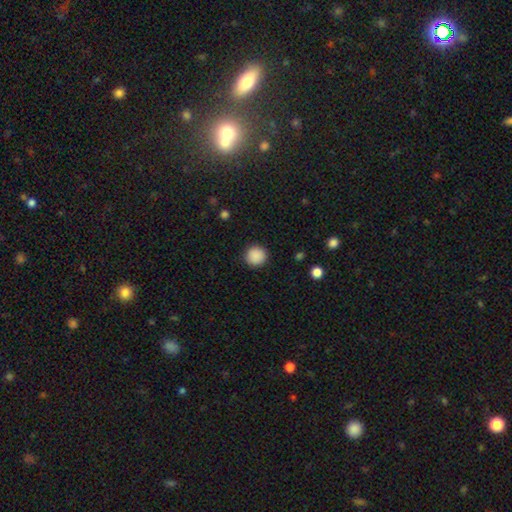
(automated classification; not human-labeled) This appears to be a smooth galaxy with no disk features (89%) that is round (93%). Merging: none (91%).